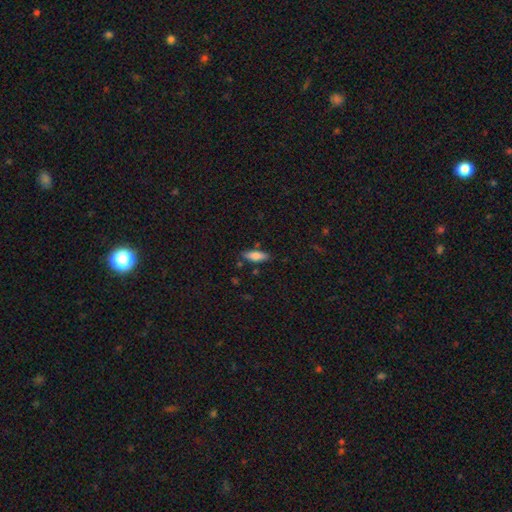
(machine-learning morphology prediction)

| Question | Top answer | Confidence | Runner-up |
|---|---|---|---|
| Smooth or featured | smooth | 80% | featured or disk (14%) |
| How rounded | in between | 66% | cigar-shaped (32%) |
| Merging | none | 81% | minor disturbance (13%) |